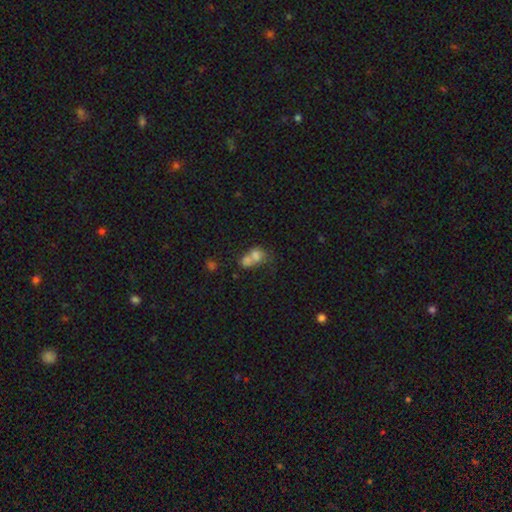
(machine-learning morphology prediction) This appears to be a smooth galaxy with no disk features (69%) that is in between round and cigar-shaped (59%). Merging: merger (70%).